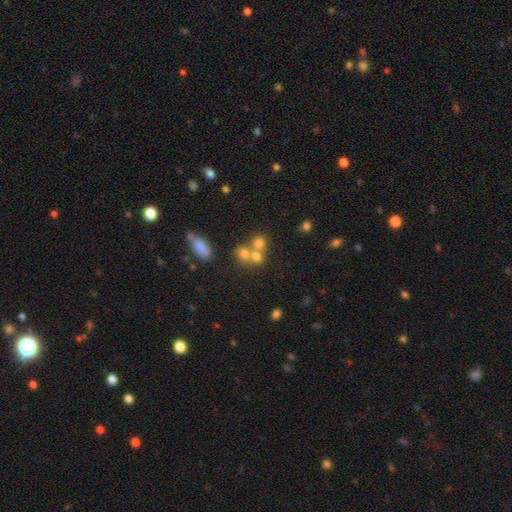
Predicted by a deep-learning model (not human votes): This is likely a smooth galaxy (66%). How rounded: likely round (69%). Merging: possibly merger (53%).